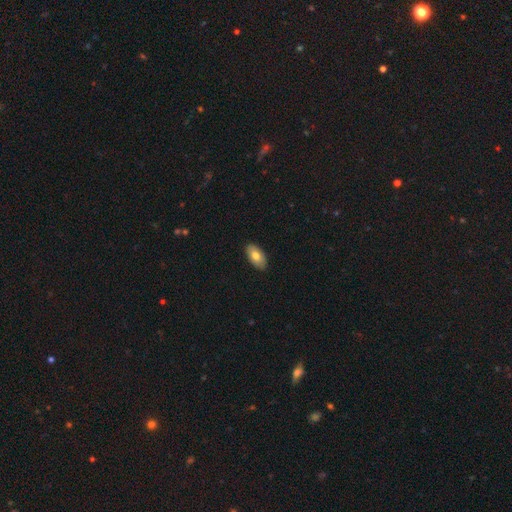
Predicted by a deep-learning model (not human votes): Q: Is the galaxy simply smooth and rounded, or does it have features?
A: smooth — 75%.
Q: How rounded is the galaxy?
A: in between — 94%.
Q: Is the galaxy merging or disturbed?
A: none — 89%.